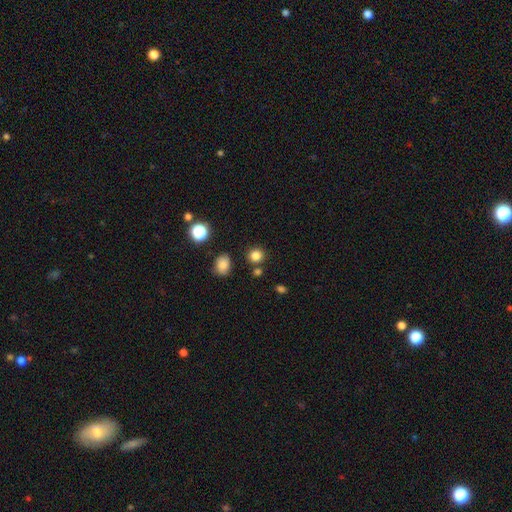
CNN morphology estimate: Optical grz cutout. It shows a smooth galaxy with no disk features (82%) that is round (87%). Merging: none (82%).